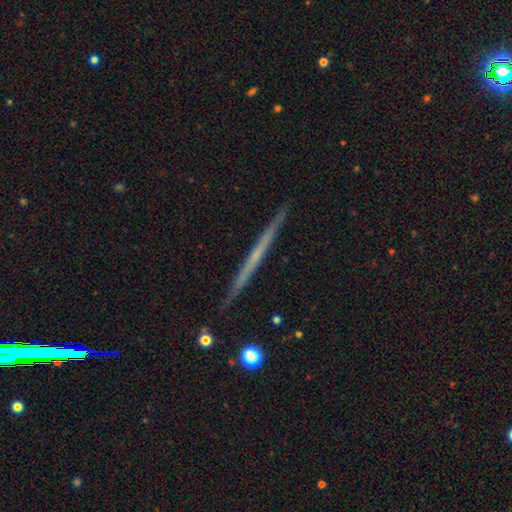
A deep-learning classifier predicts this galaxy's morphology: This appears to be a featured or disk galaxy (61%) viewed edge-on (98%) with no central bulge (90%). Merging: none (92%).